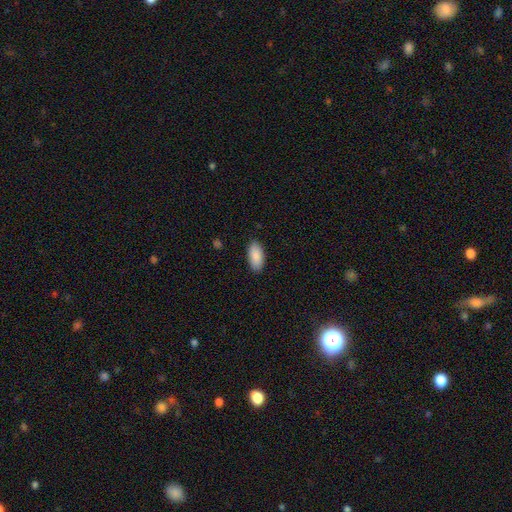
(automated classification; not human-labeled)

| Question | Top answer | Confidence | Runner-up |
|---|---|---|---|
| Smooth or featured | smooth | 89% | star or artifact (6%) |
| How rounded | in between | 92% | cigar-shaped (6%) |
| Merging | none | 88% | minor disturbance (9%) |